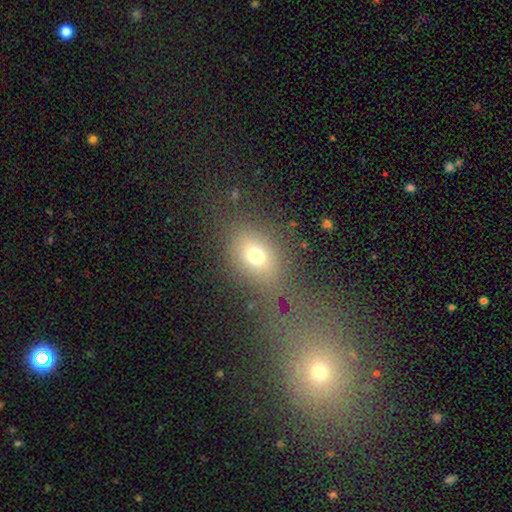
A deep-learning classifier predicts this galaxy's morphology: type=smooth (68%); roundness=in between (59%); merging=none (53%).